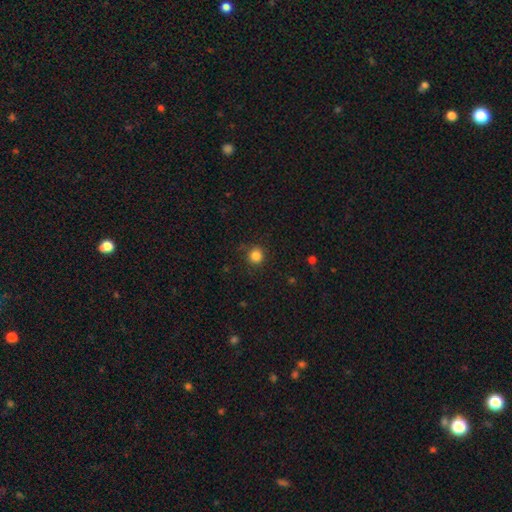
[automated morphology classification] This is clearly a smooth galaxy (84%). How rounded: clearly round (92%). Merging: clearly none (87%).